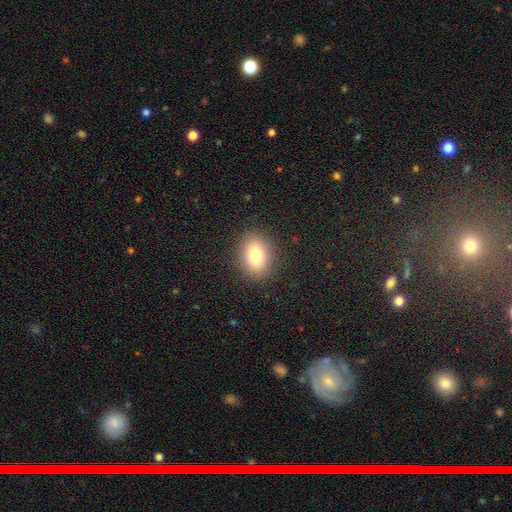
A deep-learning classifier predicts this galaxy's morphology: The model was most divided on "how rounded": in between: 66%, round: 32%, cigar-shaped: 1%. More confident: merging — none (88%); smooth or featured — smooth (80%).